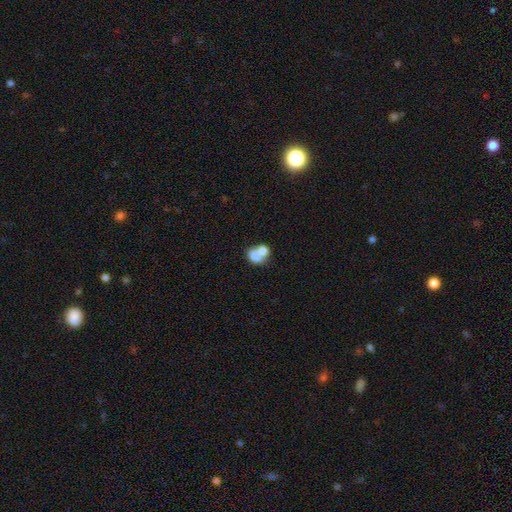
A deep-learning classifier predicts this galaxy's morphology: The model was most divided on "how rounded": round: 52%, in between: 47%, cigar-shaped: 1%. More confident: smooth or featured — smooth (74%); merging — merger (66%).